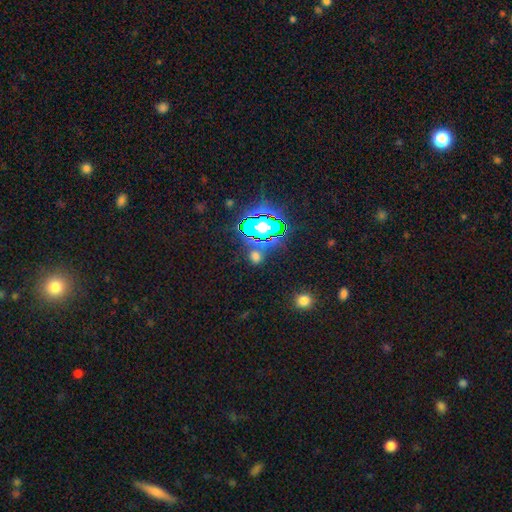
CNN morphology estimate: type=star or artifact (49%).